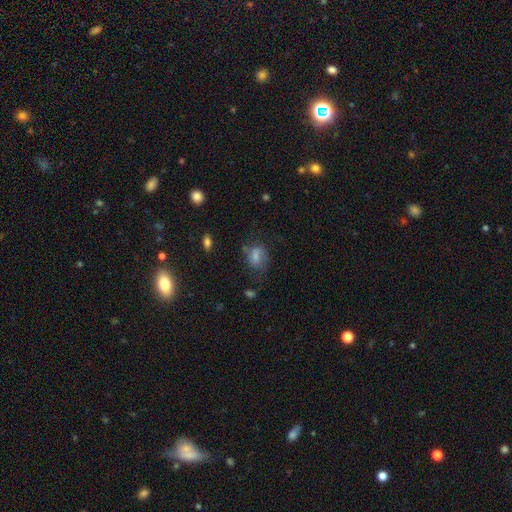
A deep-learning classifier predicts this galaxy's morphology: This is likely a smooth galaxy (67%). How rounded: likely in between (69%). Merging: marginally none (45%).